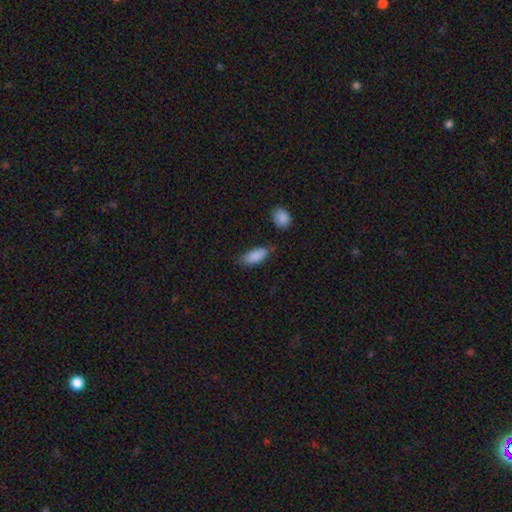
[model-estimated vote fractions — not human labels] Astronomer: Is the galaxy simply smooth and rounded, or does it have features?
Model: smooth — 88%.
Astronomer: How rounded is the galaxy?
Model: in between — 86%.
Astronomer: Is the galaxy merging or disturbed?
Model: none — 65%.